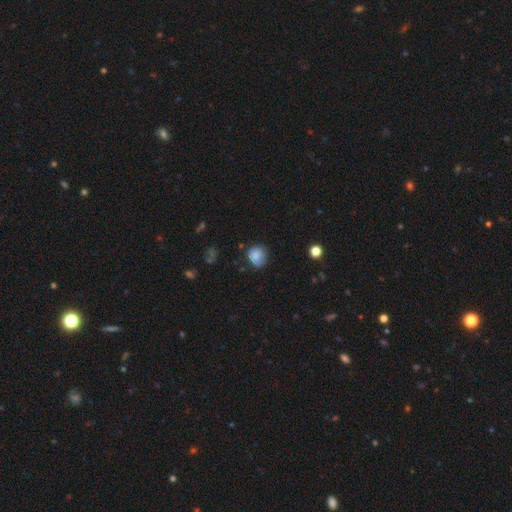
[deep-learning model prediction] Morphology: type=smooth (82%); roundness=round (77%); merging=none (61%).